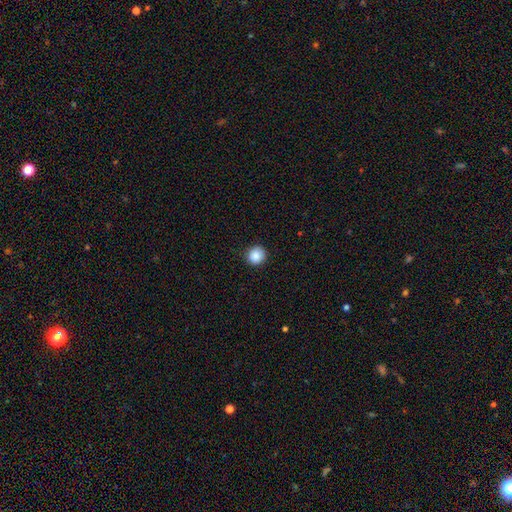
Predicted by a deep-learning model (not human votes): Smooth or featured? Predicted: smooth (p=0.88). How rounded? Predicted: round (p=0.92). Merging? Predicted: none (p=0.88).